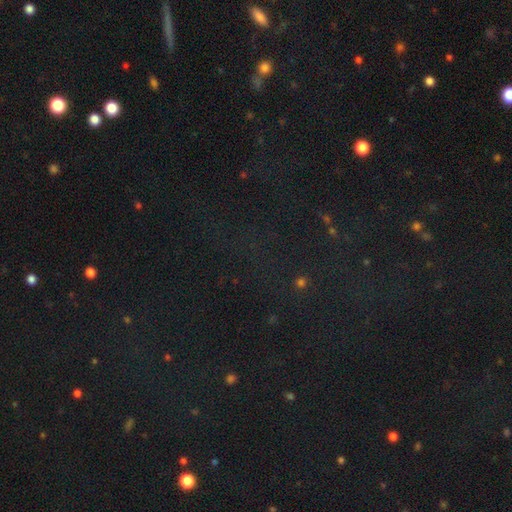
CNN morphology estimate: This appears to be a star or artifact, not a galaxy (76%).